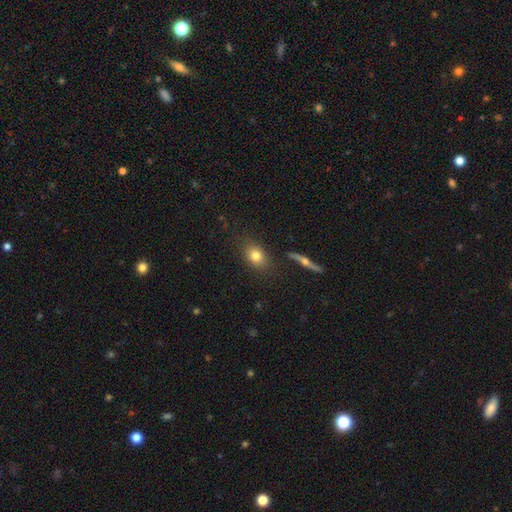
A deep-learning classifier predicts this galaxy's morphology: A smooth galaxy with no disk features (77%) that is in between round and cigar-shaped (61%).

Vote fractions:
- Smooth or featured? smooth: 77% / featured or disk: 13% / star or artifact: 10%
- How rounded? in between: 61% / round: 36% / cigar-shaped: 4%
- Merging? none: 79% / minor disturbance: 12% / merger: 5% / major disturbance: 4%